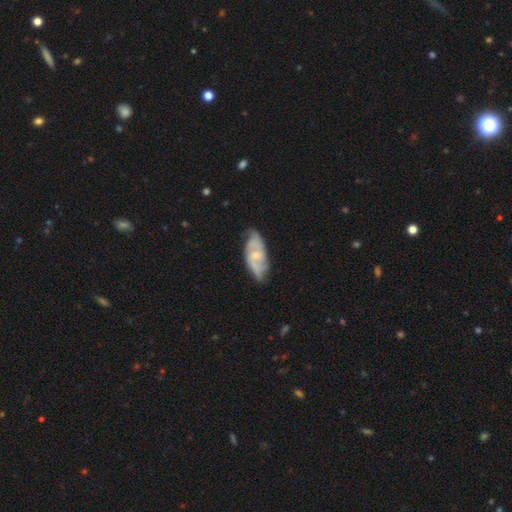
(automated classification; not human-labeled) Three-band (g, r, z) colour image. It shows a featured or disk galaxy (69%) with no bar (47%), 2 (64%) medium (46%) spiral arms (87%) and a small central bulge (54%). Merging: none (66%).